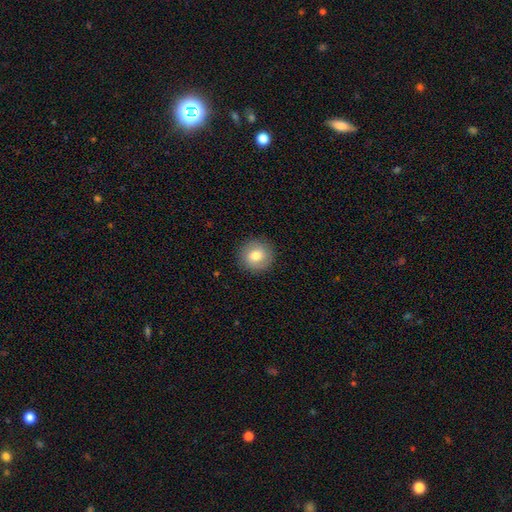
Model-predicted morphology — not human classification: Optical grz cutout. It shows a smooth galaxy with no disk features (76%) that is round (92%). Merging: none (89%).